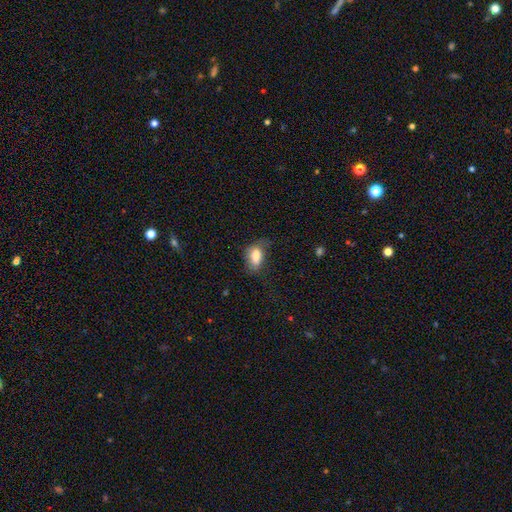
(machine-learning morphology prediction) Smooth or featured? Predicted: smooth (p=0.79). How rounded? Predicted: in between (p=0.88). Merging? Predicted: none (p=0.48).